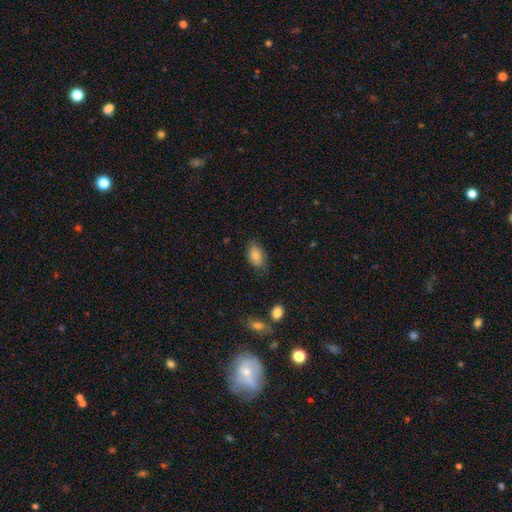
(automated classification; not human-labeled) Smooth or featured: smooth — 82% (featured or disk — 11%)
How rounded: in between — 90% (round — 8%)
Merging: none — 76% (minor disturbance — 18%)